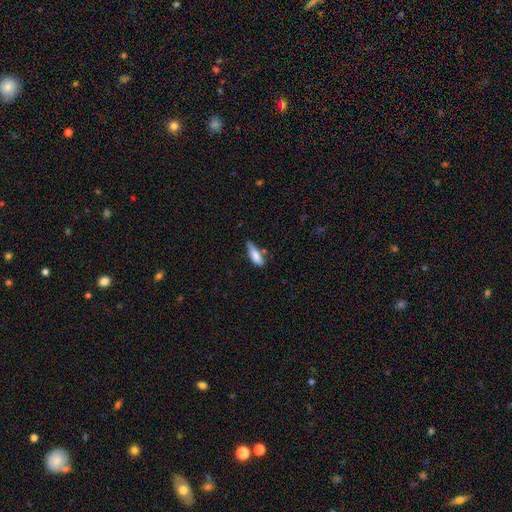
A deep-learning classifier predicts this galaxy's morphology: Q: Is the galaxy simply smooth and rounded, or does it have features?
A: smooth — 80%.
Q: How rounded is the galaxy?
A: in between — 56%.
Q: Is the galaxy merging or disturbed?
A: none — 46%.